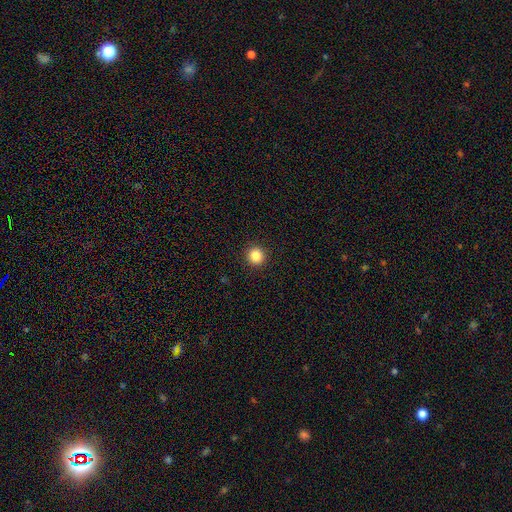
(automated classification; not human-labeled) Smooth or featured: smooth — 84% (star or artifact — 11%)
How rounded: round — 94% (in between — 5%)
Merging: none — 93% (minor disturbance — 4%)